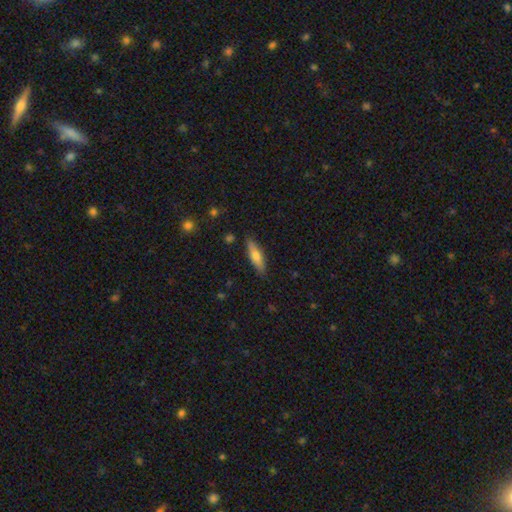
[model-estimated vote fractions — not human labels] Smooth or featured: smooth — 63% (featured or disk — 30%)
How rounded: cigar-shaped — 67% (in between — 31%)
Merging: none — 87% (minor disturbance — 10%)